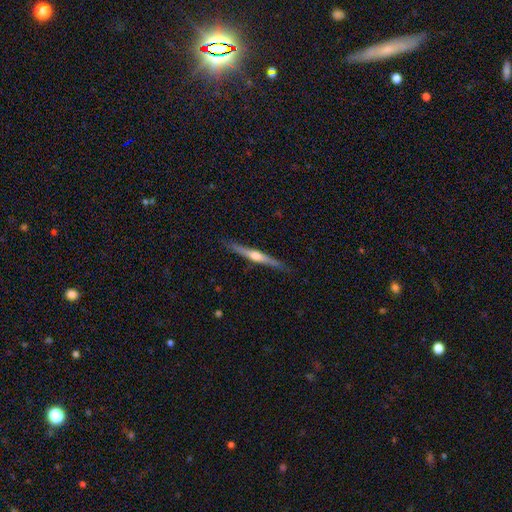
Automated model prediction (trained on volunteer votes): featured or disk 70%, smooth 25%, star or artifact 6%. Down the decision tree: edge-on disk — yes (98%); edge-on bulge — rounded (88%); merging — none (88%).